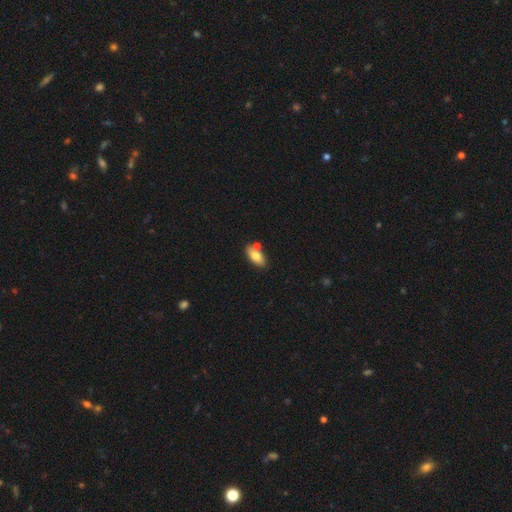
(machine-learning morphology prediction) smooth_or_featured: smooth (p=0.76) [alt: featured or disk p=0.17]
how_rounded: in between (p=0.88) [alt: cigar-shaped p=0.08]
merging: none (p=0.64) [alt: merger p=0.19]